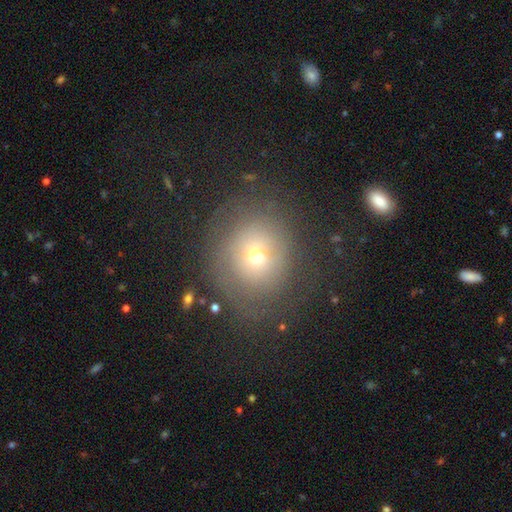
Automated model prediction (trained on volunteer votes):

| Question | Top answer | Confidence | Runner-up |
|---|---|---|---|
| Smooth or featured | smooth | 57% | featured or disk (25%) |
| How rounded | round | 78% | in between (21%) |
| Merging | none | 72% | minor disturbance (15%) |